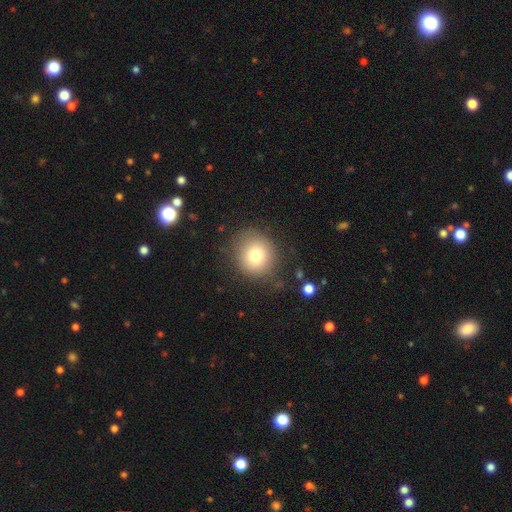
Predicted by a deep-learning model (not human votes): The model was most divided on "smooth or featured": smooth: 77%, featured or disk: 11%, star or artifact: 11%. More confident: how rounded — round (88%); merging — none (82%).